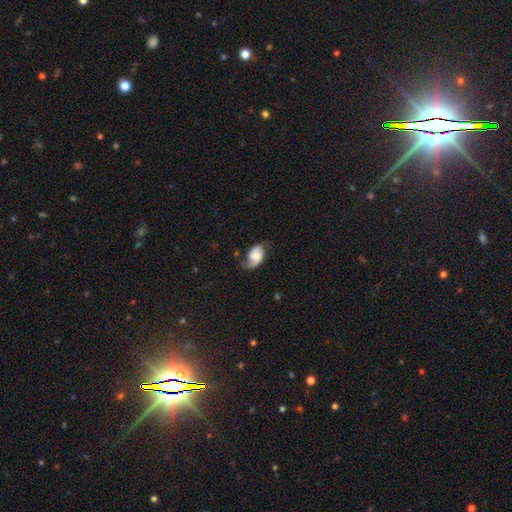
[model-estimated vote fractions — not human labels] Smooth or featured? featured or disk (55%)
Edge-on disk? no (97%)
Bar? no (59%)
Spiral arms? yes (89%)
Bulge size? large (31%)
Merging? none (49%)